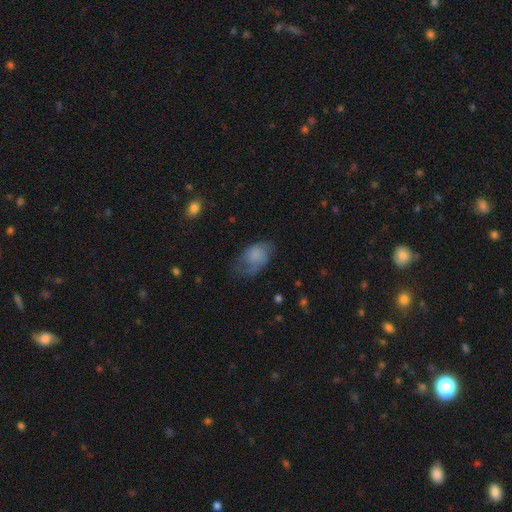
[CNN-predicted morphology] smooth 64%, featured or disk 27%, star or artifact 9%. Down the decision tree: how rounded — in between (88%); merging — none (44%).